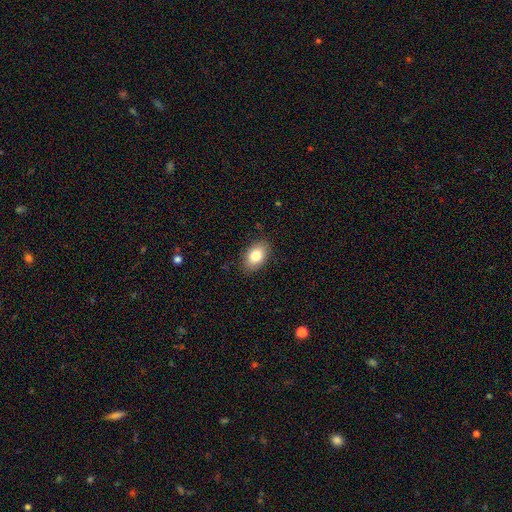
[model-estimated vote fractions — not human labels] Smooth or featured? smooth (82%)
How rounded? in between (89%)
Merging? none (86%)